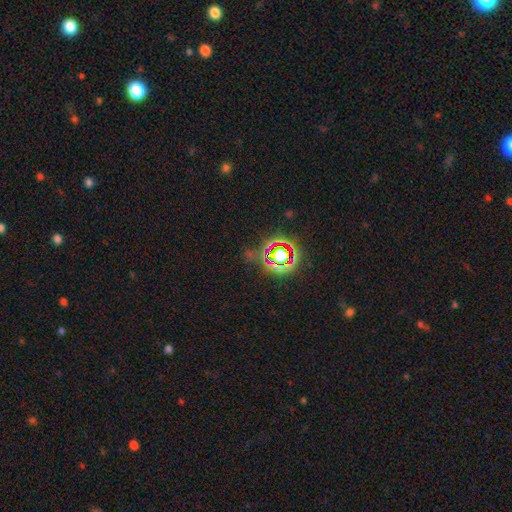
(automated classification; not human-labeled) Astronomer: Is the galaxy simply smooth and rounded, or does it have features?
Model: star or artifact — 75%.